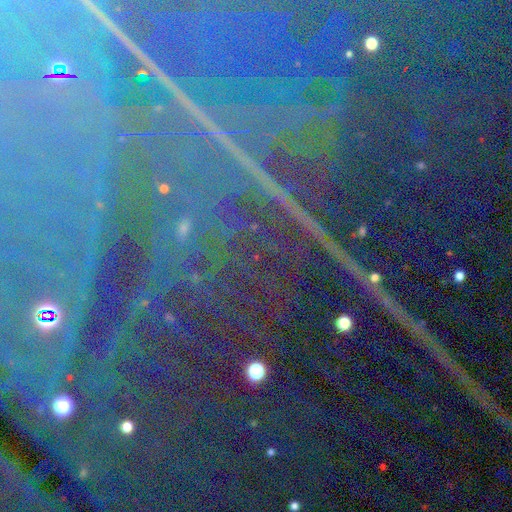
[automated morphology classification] Smooth or featured? Predicted: star or artifact (p=0.88).